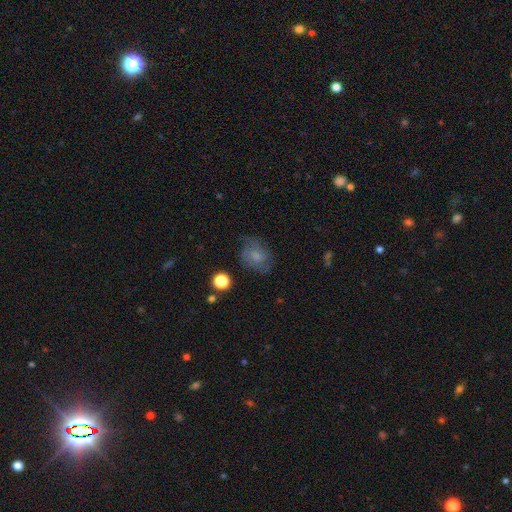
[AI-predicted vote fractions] Smooth or featured: smooth — 58% (featured or disk — 32%)
How rounded: in between — 60% (round — 39%)
Merging: none — 65% (minor disturbance — 24%)